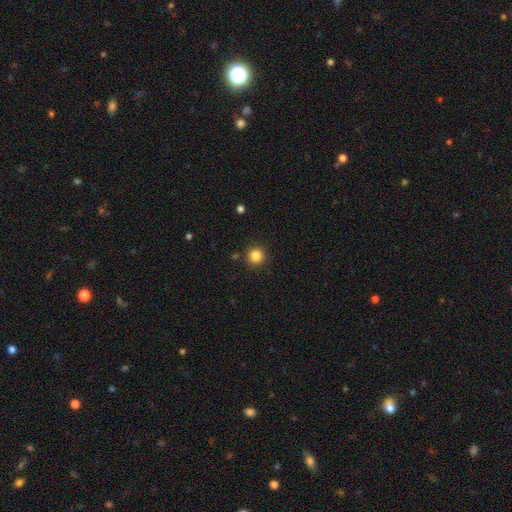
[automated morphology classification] This is clearly a smooth galaxy (84%). How rounded: clearly round (95%). Merging: clearly none (90%).